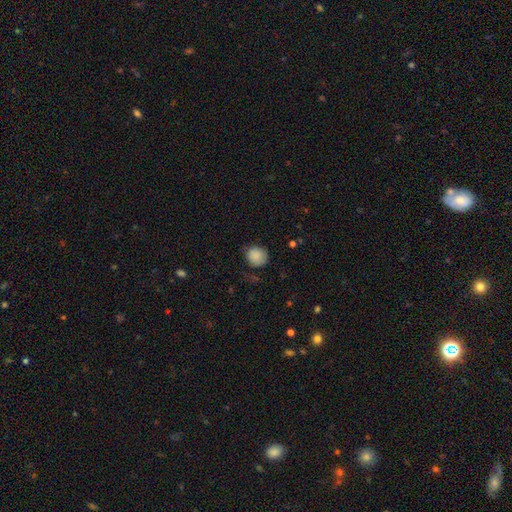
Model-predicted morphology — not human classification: smooth-or-featured: smooth: 86% | star or artifact: 8% | featured or disk: 5%
  how-rounded: round: 84% | in between: 15% | cigar-shaped: 1%
  merging: none: 69% | minor disturbance: 24% | major disturbance: 6% | merger: 2%